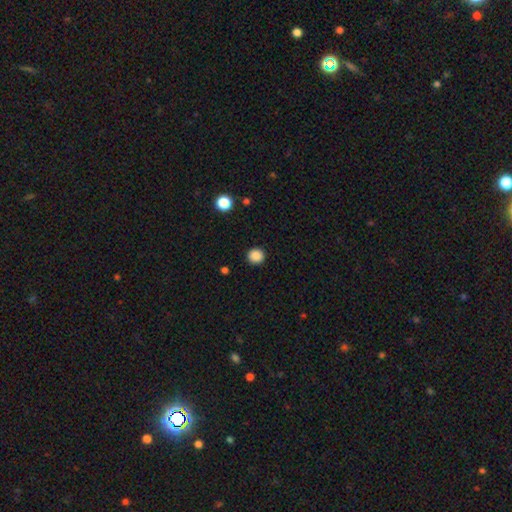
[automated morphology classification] smooth-or-featured: smooth: 87% | star or artifact: 10% | featured or disk: 3%
  how-rounded: round: 93% | in between: 6% | cigar-shaped: 1%
  merging: none: 92% | minor disturbance: 5% | major disturbance: 2% | merger: 1%